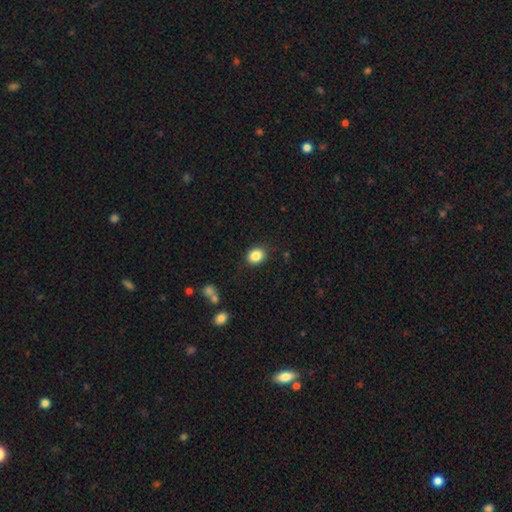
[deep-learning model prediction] Morphology: type=smooth (86%); roundness=round (52%); merging=none (86%).